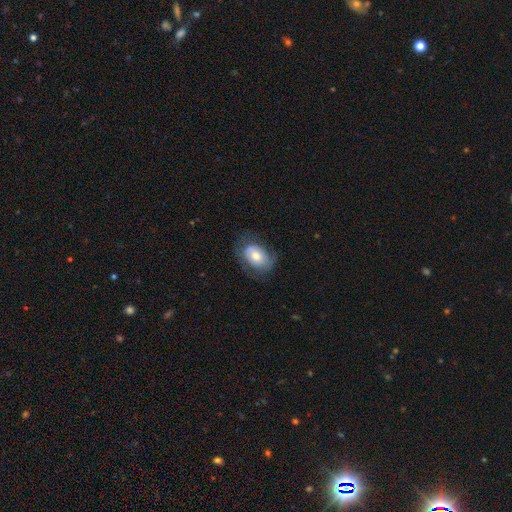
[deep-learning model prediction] The model was most divided on "smooth or featured": smooth: 62%, featured or disk: 31%, star or artifact: 8%. More confident: how rounded — in between (77%); merging — none (61%).